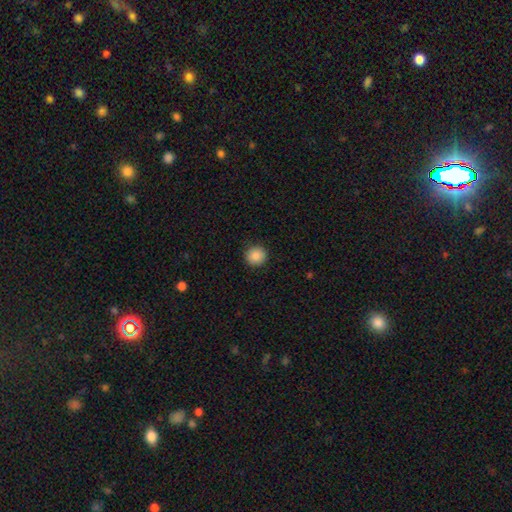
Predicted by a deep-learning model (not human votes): This appears to be a smooth galaxy with no disk features (88%) that is round (94%). Merging: none (91%).